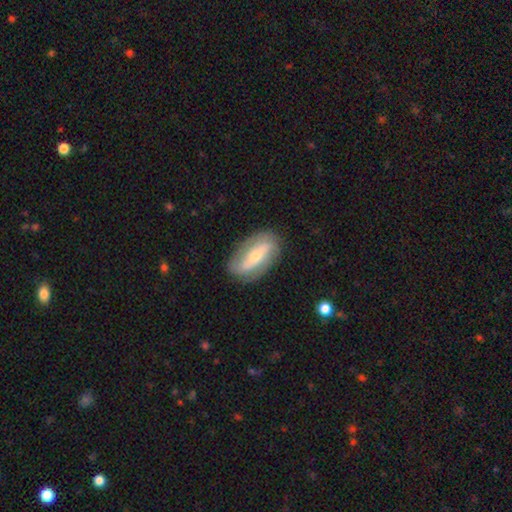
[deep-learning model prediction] A featured or disk galaxy (64%) with a strong bar (46%), spiral arms (70%) and a small central bulge (50%). Merging: none (82%).